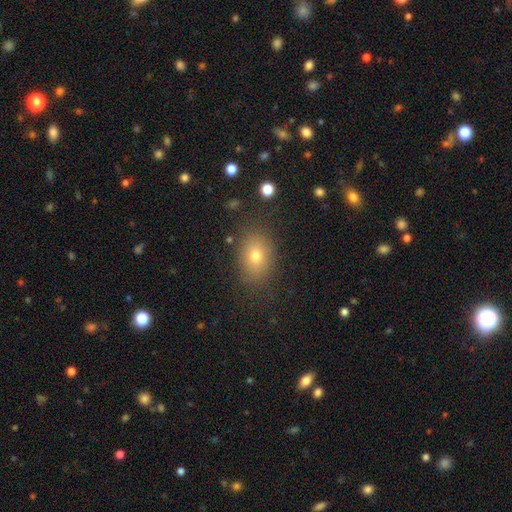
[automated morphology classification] smooth-or-featured: smooth: 73% | featured or disk: 14% | star or artifact: 13%
  how-rounded: in between: 75% | round: 24% | cigar-shaped: 1%
  merging: none: 82% | minor disturbance: 12% | major disturbance: 4% | merger: 2%